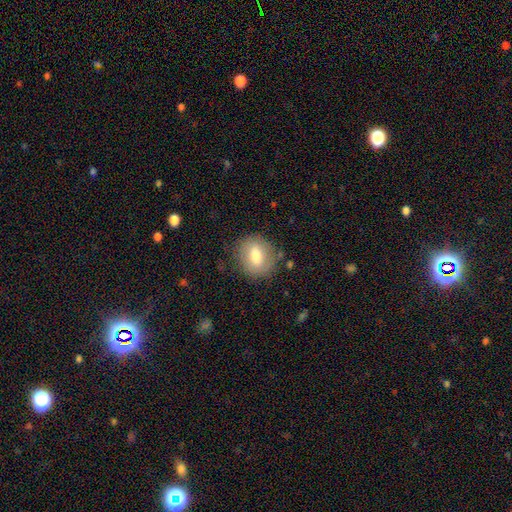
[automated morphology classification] The model was most divided on "how rounded": round: 58%, in between: 41%, cigar-shaped: 2%. More confident: merging — none (80%); smooth or featured — smooth (73%).